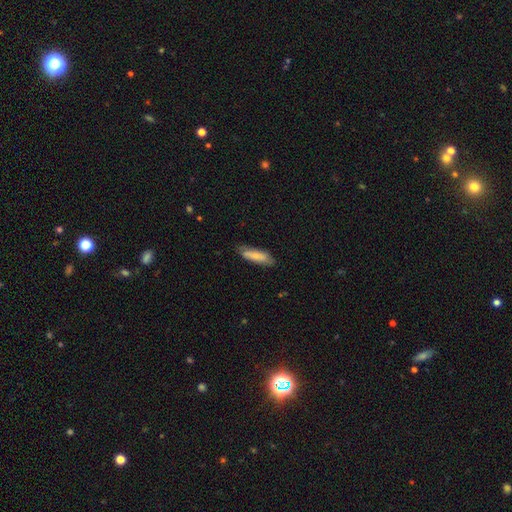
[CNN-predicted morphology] Overall: smooth (75%). How rounded: cigar-shaped (56%; in between 42%). Merging: none (73%).